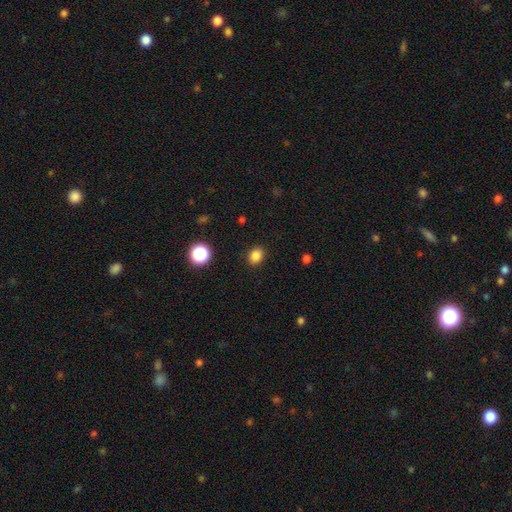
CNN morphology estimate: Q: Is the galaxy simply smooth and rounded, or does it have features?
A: smooth — 84%.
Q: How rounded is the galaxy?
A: round — 56%.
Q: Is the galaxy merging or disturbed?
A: none — 89%.